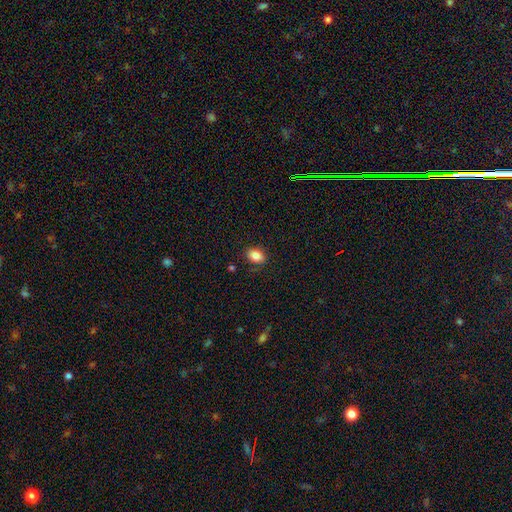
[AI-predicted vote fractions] Q: Smooth or featured?
A: smooth (86%); runner-up: star or artifact (9%)
Q: How rounded?
A: in between (80%); runner-up: round (19%)
Q: Merging?
A: none (86%); runner-up: minor disturbance (10%)